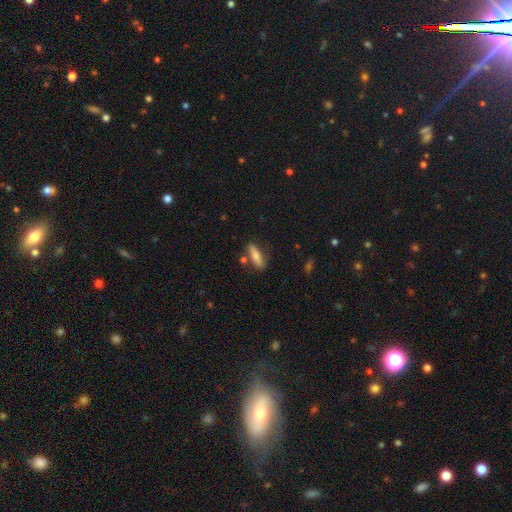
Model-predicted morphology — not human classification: This appears to be a smooth galaxy with no disk features (60%) that is cigar-shaped (57%). Merging: none (76%).